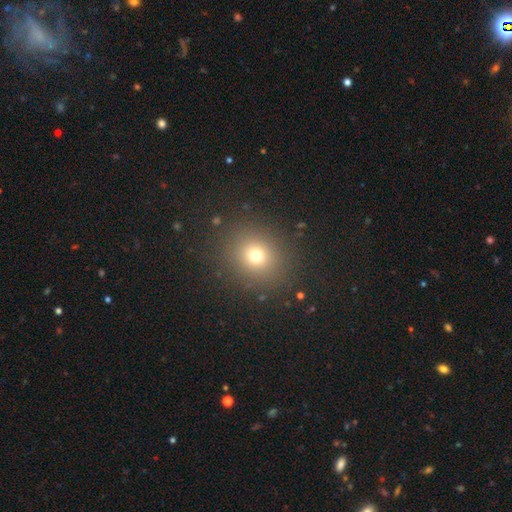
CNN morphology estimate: Q: Smooth or featured?
A: smooth (70%); runner-up: star or artifact (20%)
Q: How rounded?
A: round (82%); runner-up: in between (17%)
Q: Merging?
A: none (87%); runner-up: minor disturbance (7%)